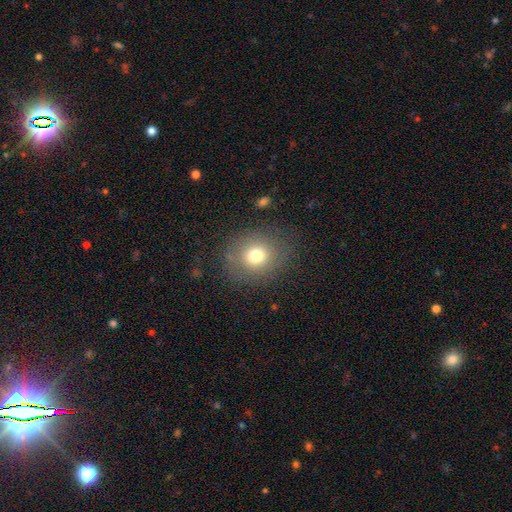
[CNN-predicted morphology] The model was most divided on "how rounded": round: 74%, in between: 25%, cigar-shaped: 1%. More confident: merging — none (81%); smooth or featured — smooth (74%).